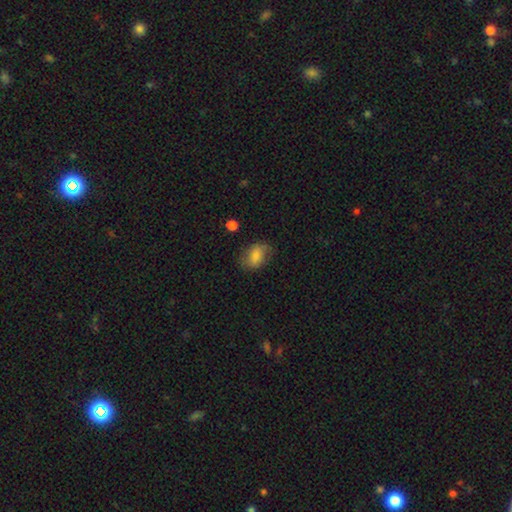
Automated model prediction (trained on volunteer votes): Morphology: type=smooth (74%); roundness=in between (80%); merging=none (68%).